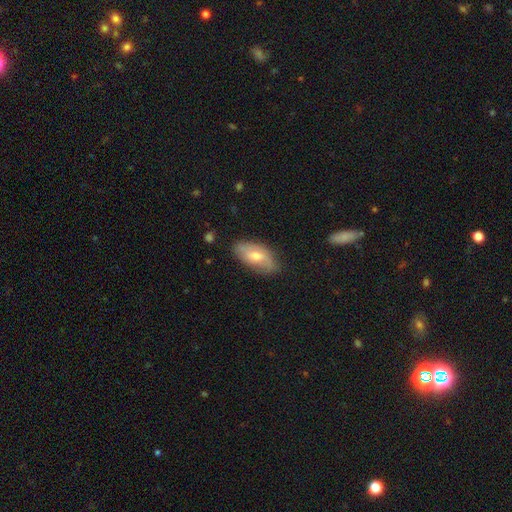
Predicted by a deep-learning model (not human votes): Q: Smooth or featured?
A: smooth (56%); runner-up: featured or disk (38%)
Q: How rounded?
A: in between (90%); runner-up: cigar-shaped (7%)
Q: Merging?
A: none (74%); runner-up: minor disturbance (21%)